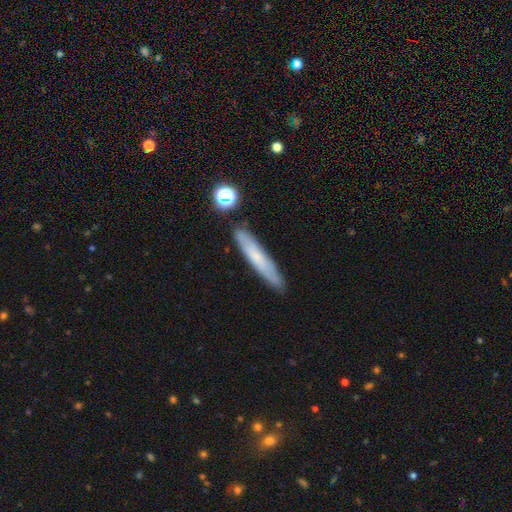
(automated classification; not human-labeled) Overall: smooth (57%; featured or disk 35%). How rounded: cigar-shaped (91%). Merging: none (84%).